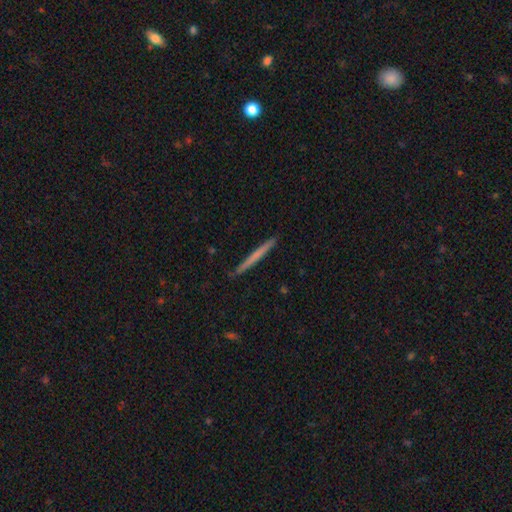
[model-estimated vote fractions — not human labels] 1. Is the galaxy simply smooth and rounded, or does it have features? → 53% smooth, 42% featured or disk, 5% star or artifact.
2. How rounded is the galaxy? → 97% cigar-shaped, 2% in between, 1% round.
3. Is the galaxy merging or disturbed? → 92% none, 6% minor disturbance, 1% major disturbance, 1% merger.